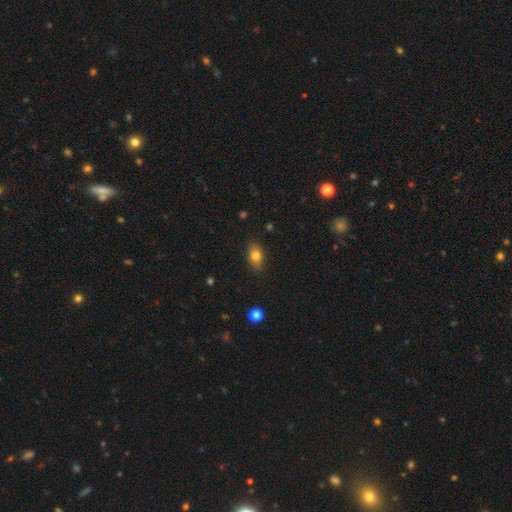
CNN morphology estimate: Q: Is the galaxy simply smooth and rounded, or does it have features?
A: smooth — 78%.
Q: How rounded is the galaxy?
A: in between — 82%.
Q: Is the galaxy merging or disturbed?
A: none — 84%.